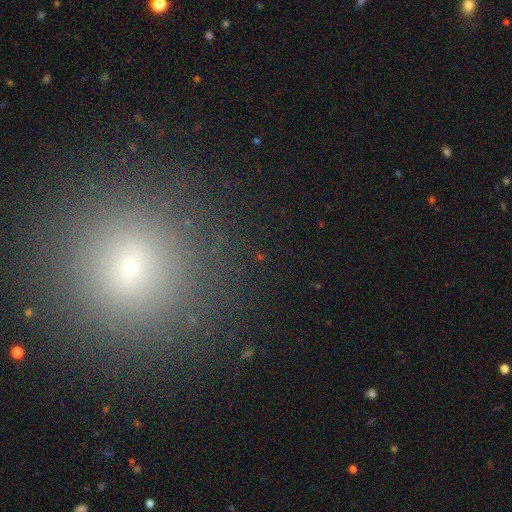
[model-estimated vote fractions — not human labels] Overall: smooth (60%; star or artifact 31%). How rounded: round (92%). Merging: none (90%).